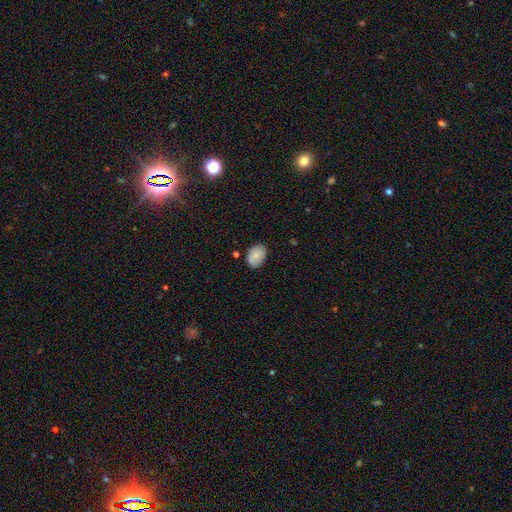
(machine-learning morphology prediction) This appears to be a smooth galaxy with no disk features (80%) that is in between round and cigar-shaped (77%). Merging: none (74%).